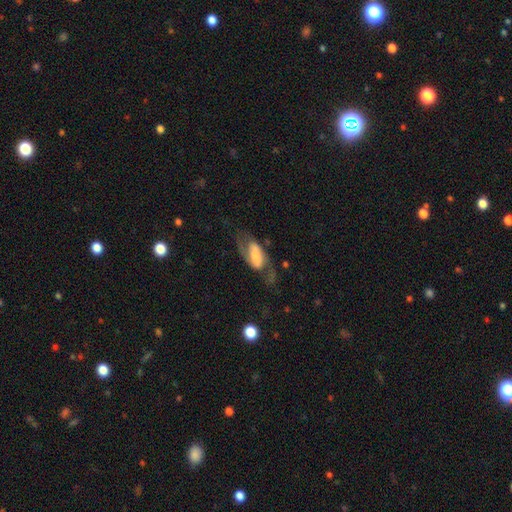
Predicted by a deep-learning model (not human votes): smooth-or-featured: featured or disk: 64% | smooth: 30% | star or artifact: 7%
  disk-edge-on: no: 92% | yes: 8%
    bar: strong: 39% | weak: 33% | no: 27%
    has-spiral-arms: yes: 85% | no: 15%
    bulge-size: small: 36% | moderate: 28% | large: 20% | none: 11% | dominant: 6%
  merging: none: 53% | major disturbance: 25% | minor disturbance: 19% | merger: 3%